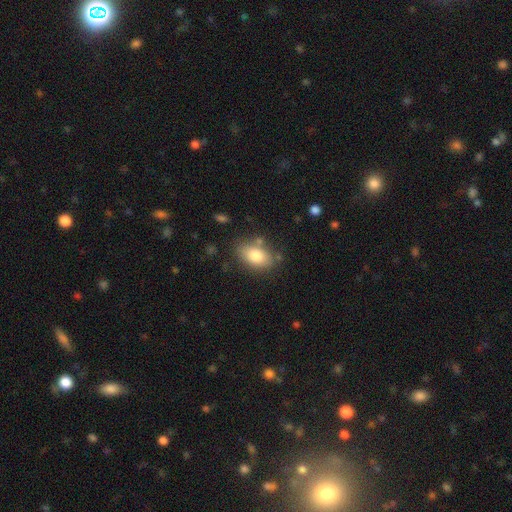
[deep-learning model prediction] smooth 80%, featured or disk 12%, star or artifact 8%. Down the decision tree: how rounded — in between (88%); merging — none (74%).